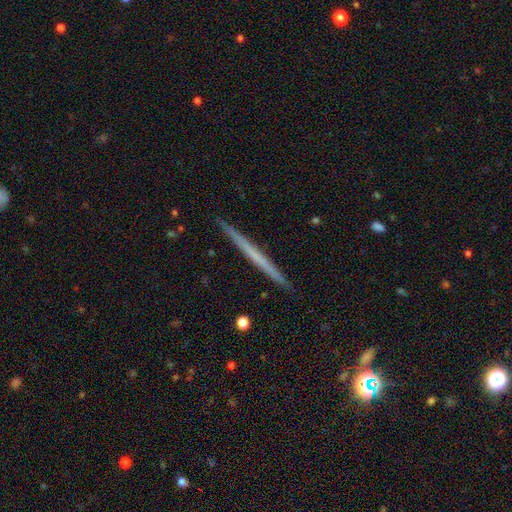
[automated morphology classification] Overall: featured or disk (52%; smooth 41%). Edge-on disk: yes (98%). Edge-on bulge: none (92%). Merging: none (92%).